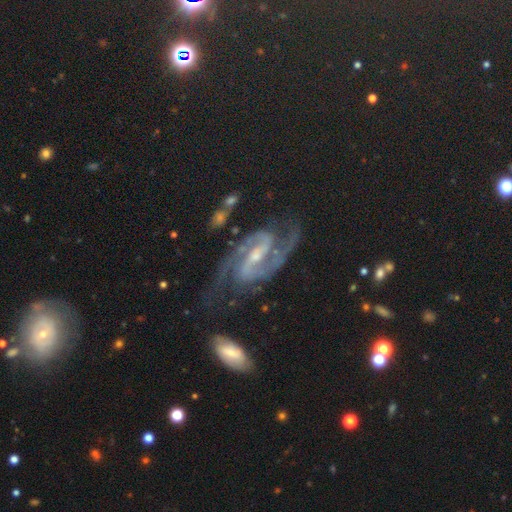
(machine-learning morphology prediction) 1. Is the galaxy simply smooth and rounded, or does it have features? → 90% featured or disk, 6% star or artifact, 3% smooth.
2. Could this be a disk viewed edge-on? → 97% no, 3% yes.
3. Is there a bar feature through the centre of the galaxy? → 43% strong, 42% weak, 15% no.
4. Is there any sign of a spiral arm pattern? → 98% yes, 2% no.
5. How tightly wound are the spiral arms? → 61% medium, 24% tight, 15% loose.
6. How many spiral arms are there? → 93% 2, 2% 3, 2% can't tell, 1% 1, 1% 4, 1% more than 4.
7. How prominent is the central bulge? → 62% small, 31% moderate, 3% none, 2% large, 1% dominant.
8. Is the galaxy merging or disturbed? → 71% none, 17% minor disturbance, 9% major disturbance, 4% merger.